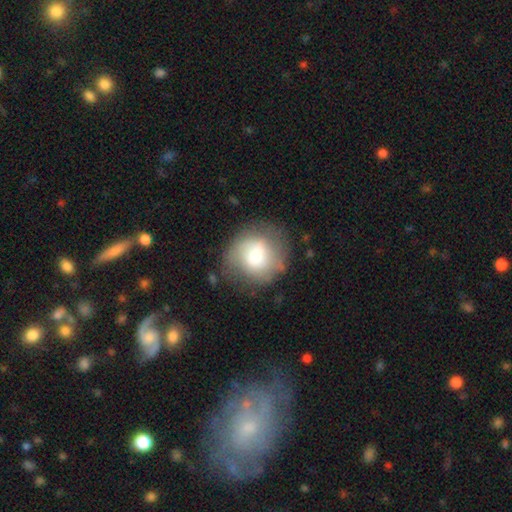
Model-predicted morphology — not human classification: Smooth or featured? Predicted: smooth (p=0.60). How rounded? Predicted: round (p=0.82). Merging? Predicted: none (p=0.67).